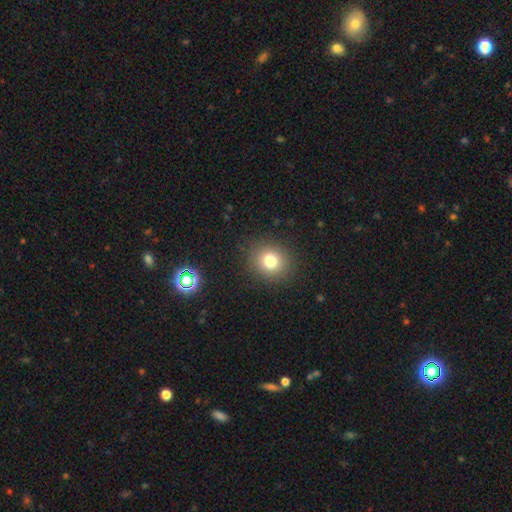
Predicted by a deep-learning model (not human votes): Q: Smooth or featured?
A: smooth (72%); runner-up: star or artifact (21%)
Q: How rounded?
A: round (87%); runner-up: in between (12%)
Q: Merging?
A: none (92%); runner-up: minor disturbance (5%)